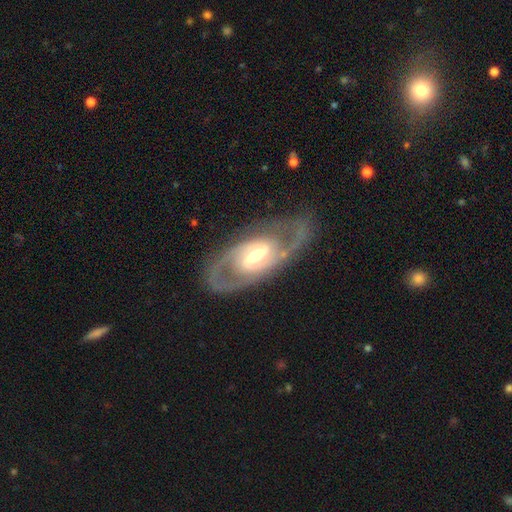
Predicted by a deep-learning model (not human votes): Smooth or featured: featured or disk — 86% (smooth — 10%)
Edge-on disk: no — 93% (yes — 7%)
Bar: weak — 44% (strong — 37%)
Spiral arms: yes — 88% (no — 12%)
Spiral winding: medium — 46% (tight — 36%)
Spiral arm count: 2 — 80% (can't tell — 9%)
Bulge size: moderate — 63% (small — 22%)
Merging: none — 71% (minor disturbance — 16%)